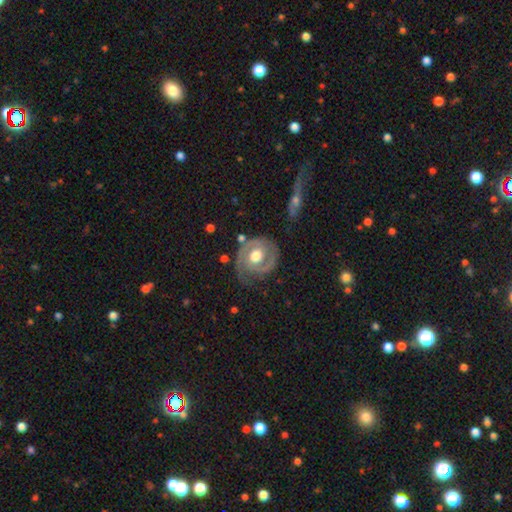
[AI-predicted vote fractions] Overall: featured or disk (82%). Edge-on disk: no (97%). Bar: no (72%). Spiral arms: yes (88%). Spiral arm count: 2 (65%). Spiral winding: tight (61%; medium 30%). Bulge size: moderate (60%; large 33%). Merging: none (68%).